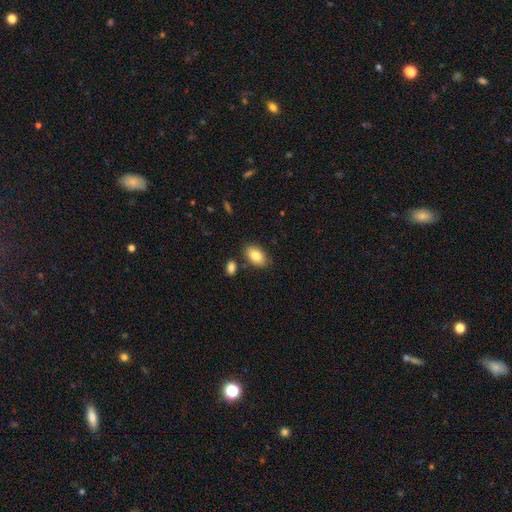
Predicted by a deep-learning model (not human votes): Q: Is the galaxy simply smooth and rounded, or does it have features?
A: smooth — 84%.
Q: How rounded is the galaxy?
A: in between — 92%.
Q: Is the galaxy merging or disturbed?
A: none — 80%.